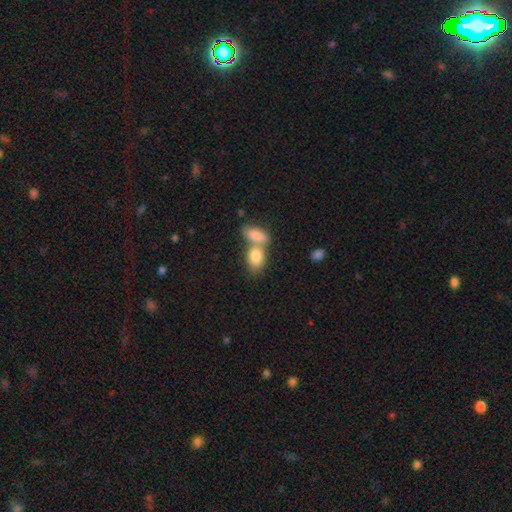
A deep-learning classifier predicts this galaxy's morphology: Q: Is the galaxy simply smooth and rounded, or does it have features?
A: smooth — 84%.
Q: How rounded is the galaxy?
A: in between — 86%.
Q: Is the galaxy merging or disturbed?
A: merger — 60%.